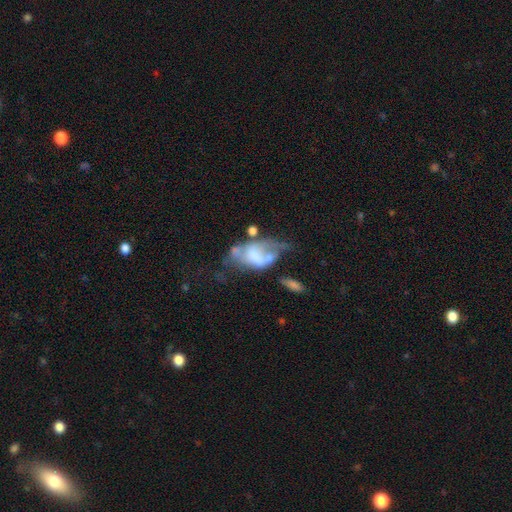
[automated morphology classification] type=featured or disk (52%); edge-on=no (95%); merging=major disturbance (39%).